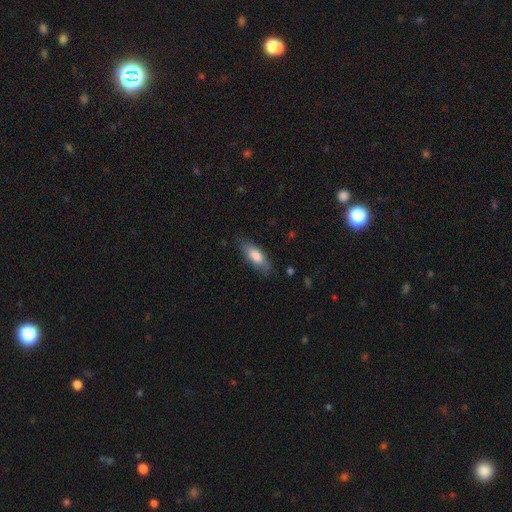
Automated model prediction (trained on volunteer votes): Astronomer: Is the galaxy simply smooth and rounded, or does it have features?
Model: smooth — 77%.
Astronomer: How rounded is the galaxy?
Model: in between — 66%.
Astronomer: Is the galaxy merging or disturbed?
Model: none — 76%.